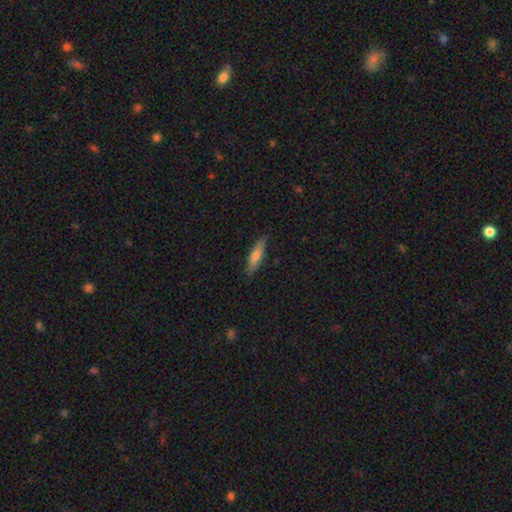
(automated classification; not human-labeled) A smooth galaxy with no disk features (67%) that is cigar-shaped (78%). Merging: none (84%).